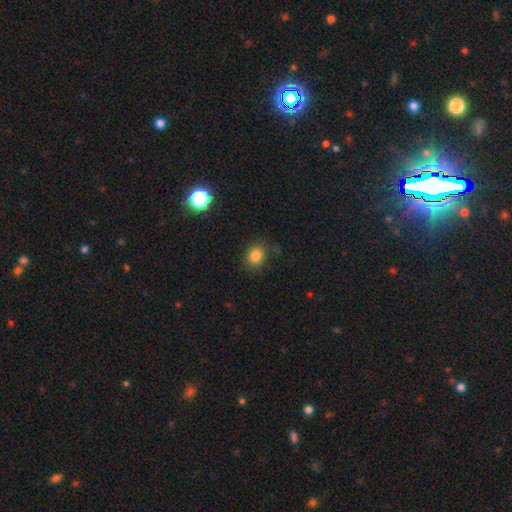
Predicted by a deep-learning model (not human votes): Smooth or featured? smooth (83%)
How rounded? round (64%)
Merging? none (81%)